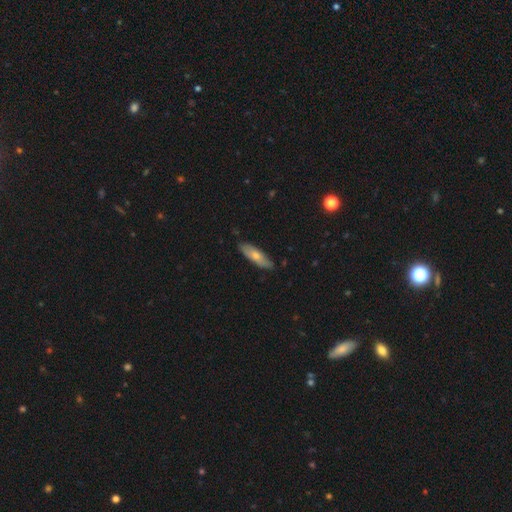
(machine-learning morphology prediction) This is likely a smooth galaxy (64%). How rounded: possibly cigar-shaped (51%). Merging: clearly none (84%).